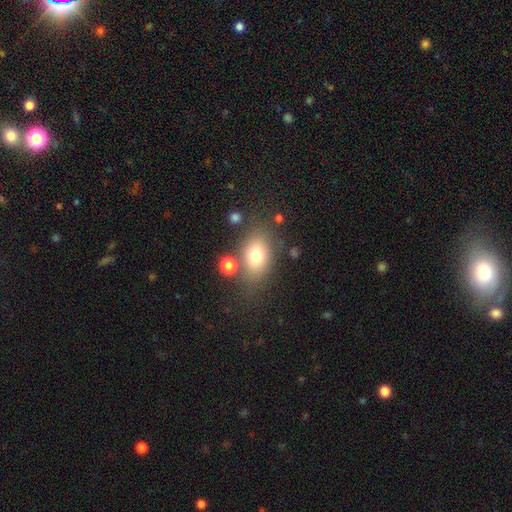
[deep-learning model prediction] A smooth galaxy with no disk features (75%) that is in between round and cigar-shaped (75%). Merging: none (70%).